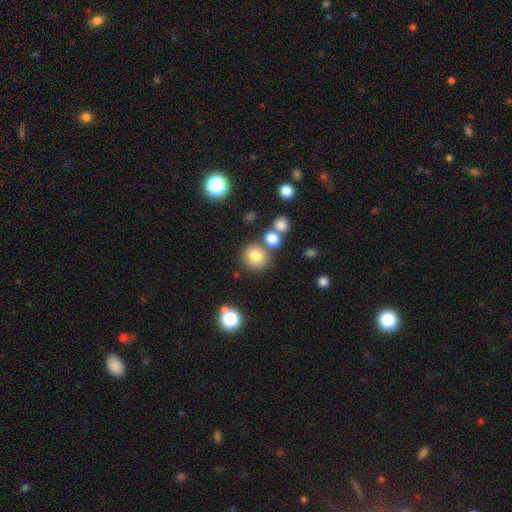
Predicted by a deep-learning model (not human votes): smooth-or-featured: smooth: 79% | star or artifact: 13% | featured or disk: 9%
  how-rounded: round: 88% | in between: 11% | cigar-shaped: 1%
  merging: none: 74% | merger: 13% | minor disturbance: 9% | major disturbance: 4%